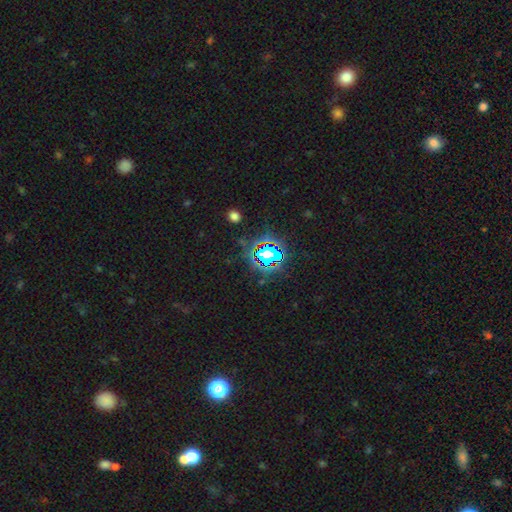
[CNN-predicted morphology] smooth_or_featured: star or artifact (p=0.79) [alt: smooth p=0.13]